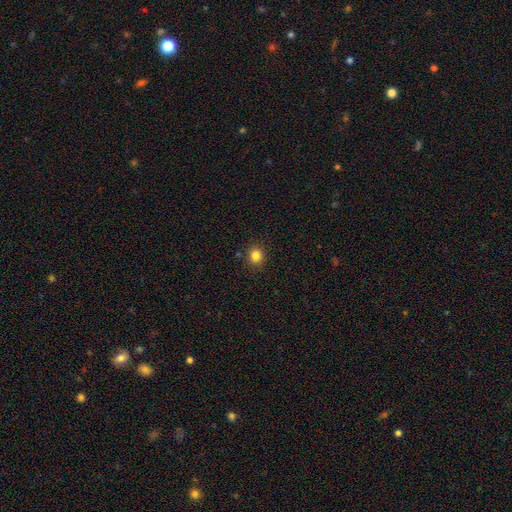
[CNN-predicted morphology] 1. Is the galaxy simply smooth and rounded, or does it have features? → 84% smooth, 12% star or artifact, 4% featured or disk.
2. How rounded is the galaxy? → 80% round, 19% in between, 1% cigar-shaped.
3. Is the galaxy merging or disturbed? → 89% none, 7% minor disturbance, 2% major disturbance, 2% merger.